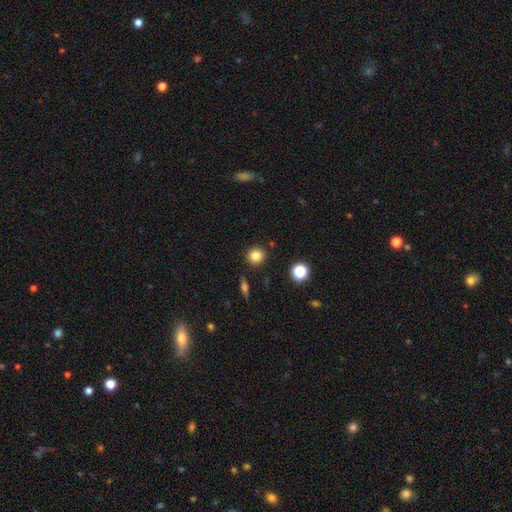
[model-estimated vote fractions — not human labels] Q: Smooth or featured?
A: smooth (83%); runner-up: star or artifact (12%)
Q: How rounded?
A: round (89%); runner-up: in between (9%)
Q: Merging?
A: none (89%); runner-up: minor disturbance (7%)